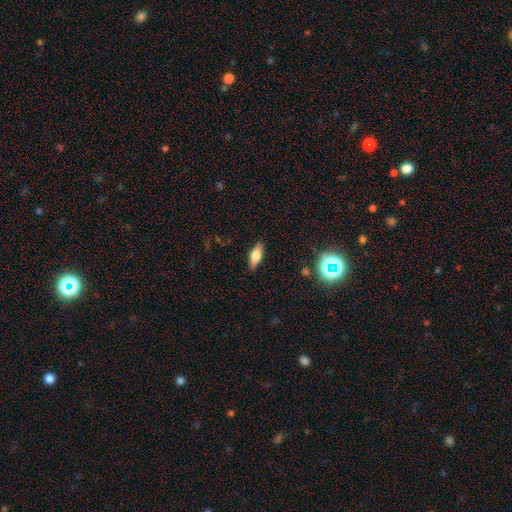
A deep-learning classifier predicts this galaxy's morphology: type=smooth (63%); roundness=in between (70%); merging=none (87%).